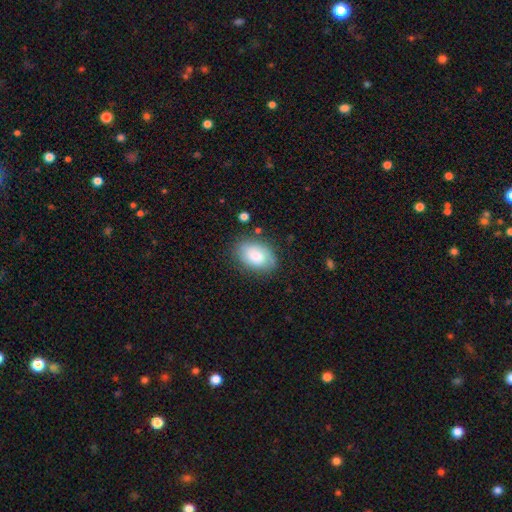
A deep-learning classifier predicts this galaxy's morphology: Overall: smooth (69%). How rounded: in between (83%). Merging: none (76%).